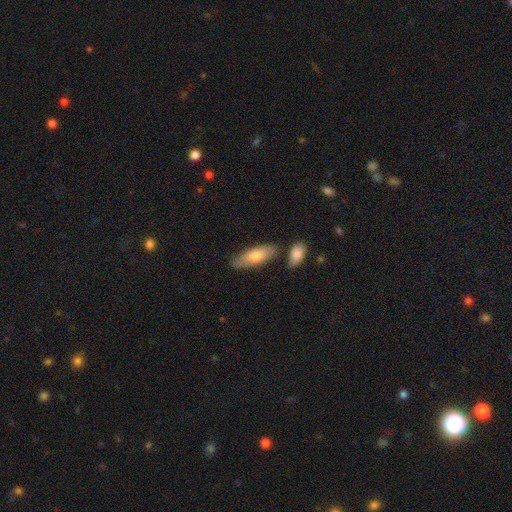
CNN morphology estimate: smooth_or_featured: smooth (p=0.71) [alt: featured or disk p=0.24]
how_rounded: in between (p=0.66) [alt: cigar-shaped p=0.32]
merging: none (p=0.75) [alt: minor disturbance p=0.14]